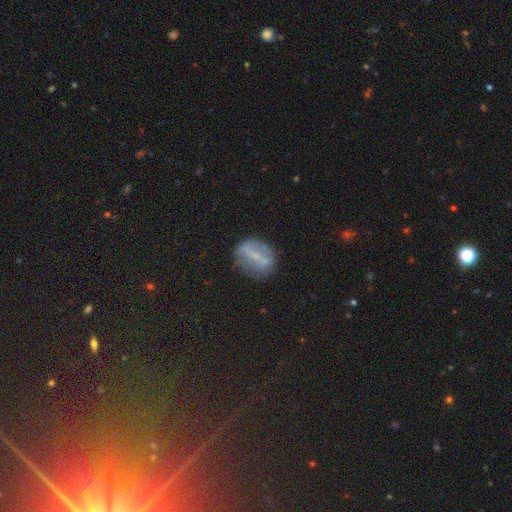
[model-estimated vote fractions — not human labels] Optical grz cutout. It shows a featured or disk galaxy (50%). Merging: none (72%).